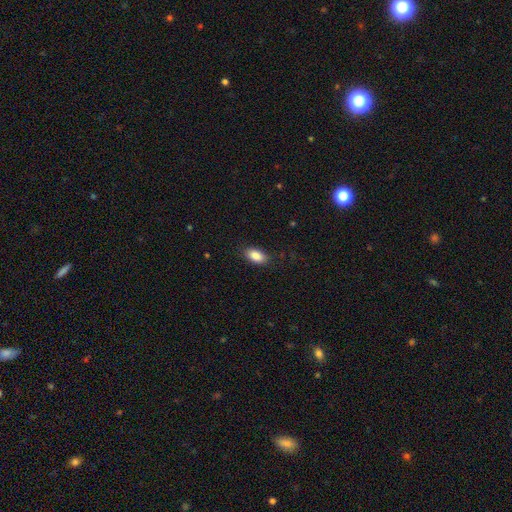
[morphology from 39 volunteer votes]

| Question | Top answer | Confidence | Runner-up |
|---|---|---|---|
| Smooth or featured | smooth | 90% | featured or disk (5%) |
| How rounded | in between | 97% | cigar-shaped (3%) |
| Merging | none | 89% | major disturbance (8%) |